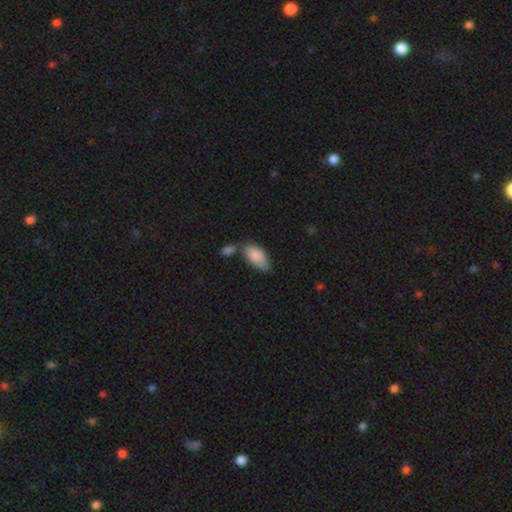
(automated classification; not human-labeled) Smooth or featured?
  - smooth: 85% *
  - featured or disk: 9%
  - star or artifact: 6%
How rounded?
  - in between: 92% *
  - cigar-shaped: 5%
  - round: 2%
Merging?
  - none: 53% *
  - minor disturbance: 21%
  - merger: 21%
  - major disturbance: 5%